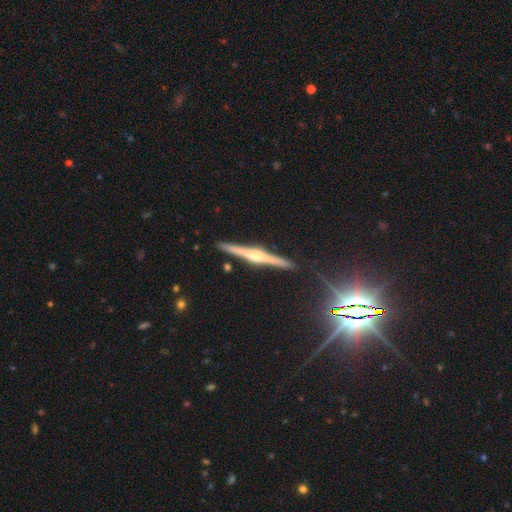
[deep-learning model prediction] smooth_or_featured: featured or disk (p=0.78) [alt: smooth p=0.14]
disk_edge_on: yes (p=0.98) [alt: no p=0.02]
edge_on_bulge: rounded (p=0.78) [alt: boxy p=0.14]
merging: none (p=0.91) [alt: minor disturbance p=0.06]